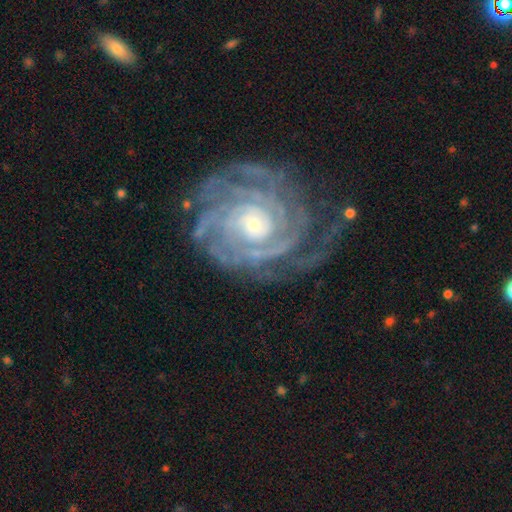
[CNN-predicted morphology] This appears to be a featured or disk galaxy (88%) with no bar (70%), tight (82%) spiral arms (98%) and a moderate central bulge (57%). Merging: none (75%).